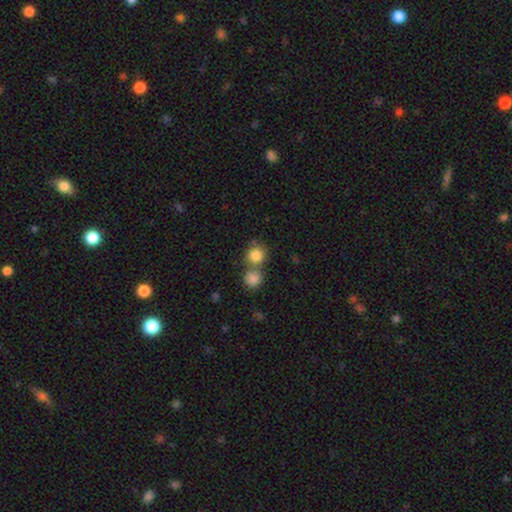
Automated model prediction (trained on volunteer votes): This is clearly a smooth galaxy (84%). How rounded: clearly round (88%). Merging: possibly none (53%).